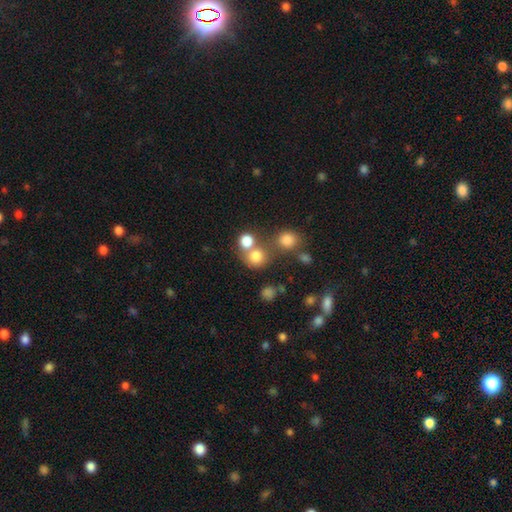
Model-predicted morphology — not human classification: Smooth or featured: smooth — 76% (star or artifact — 15%)
How rounded: round — 84% (in between — 15%)
Merging: none — 52% (merger — 35%)